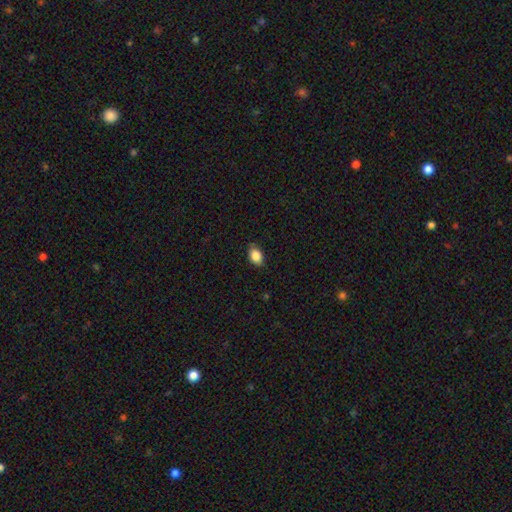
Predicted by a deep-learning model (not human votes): Q: Smooth or featured?
A: smooth (86%); runner-up: star or artifact (8%)
Q: How rounded?
A: in between (85%); runner-up: round (14%)
Q: Merging?
A: none (83%); runner-up: minor disturbance (14%)